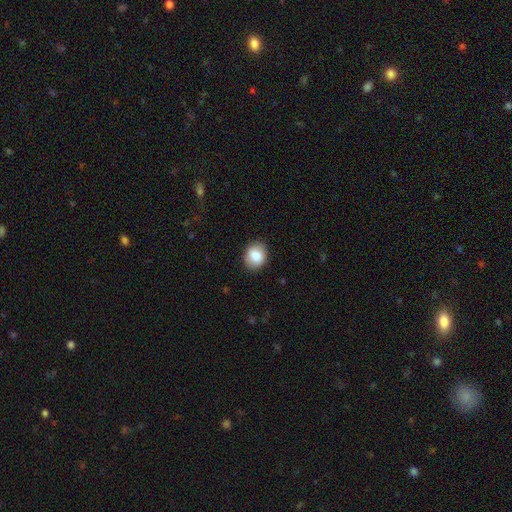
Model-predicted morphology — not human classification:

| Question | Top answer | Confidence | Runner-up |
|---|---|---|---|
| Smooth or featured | smooth | 84% | featured or disk (8%) |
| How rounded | round | 53% | in between (46%) |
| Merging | none | 85% | minor disturbance (11%) |